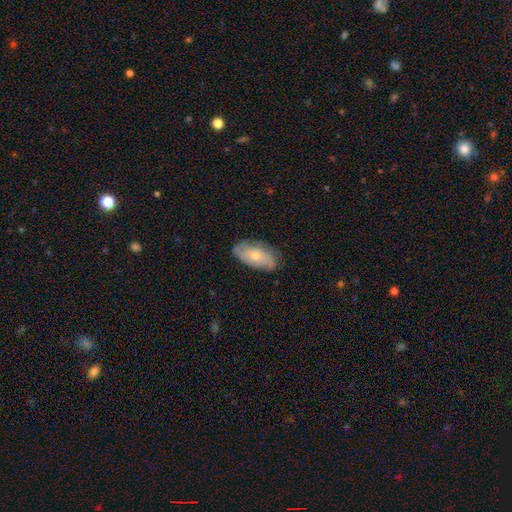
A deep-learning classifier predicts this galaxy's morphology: type=smooth (56%); roundness=in between (91%); merging=none (72%).